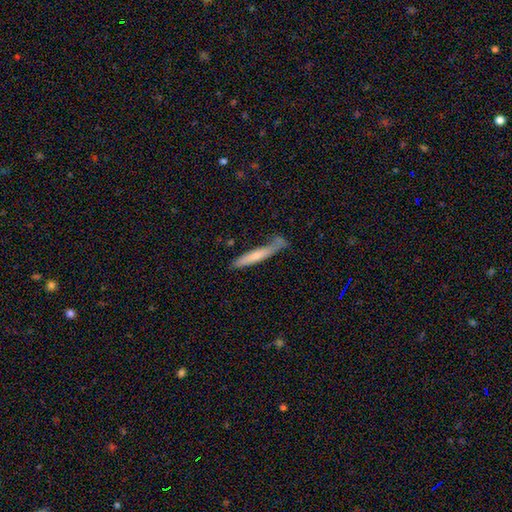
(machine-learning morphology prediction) Smooth or featured? smooth (62%)
How rounded? cigar-shaped (94%)
Merging? none (60%)